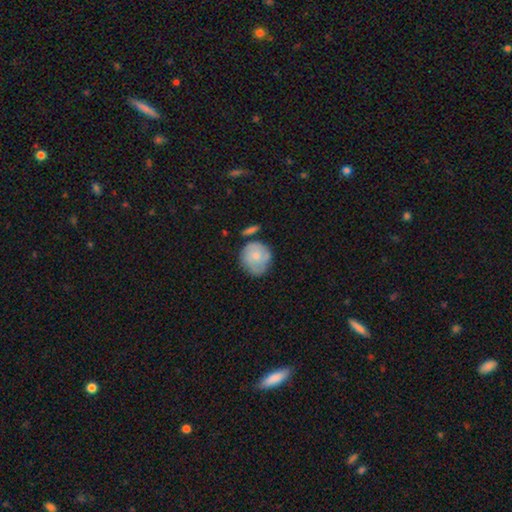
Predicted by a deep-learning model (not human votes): Smooth or featured? Predicted: smooth (p=0.65). How rounded? Predicted: round (p=0.83). Merging? Predicted: none (p=0.59).